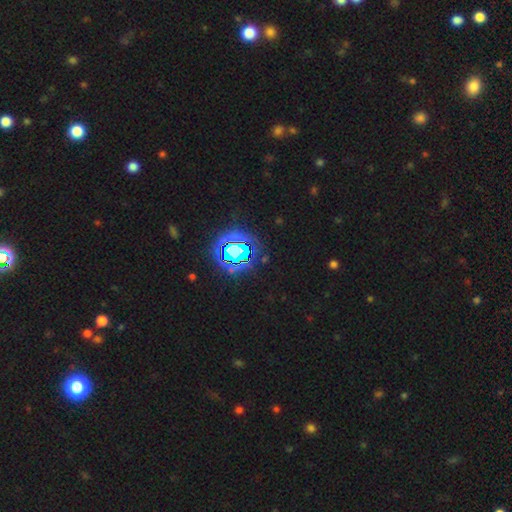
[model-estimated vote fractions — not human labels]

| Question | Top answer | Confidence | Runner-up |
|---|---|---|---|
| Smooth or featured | star or artifact | 80% | smooth (13%) |